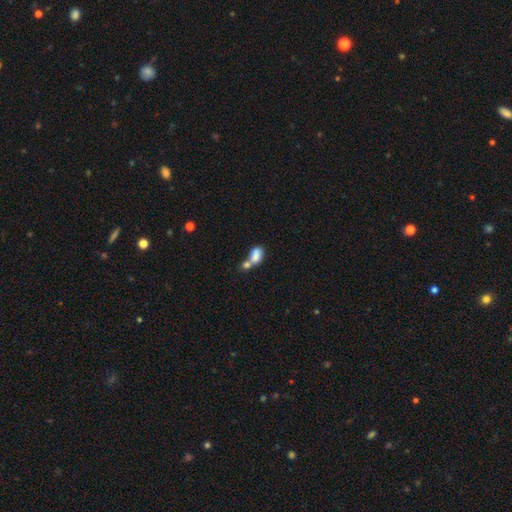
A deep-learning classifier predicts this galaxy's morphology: smooth_or_featured: smooth (p=0.77) [alt: featured or disk p=0.14]
how_rounded: in between (p=0.84) [alt: round p=0.13]
merging: merger (p=0.66) [alt: none p=0.19]